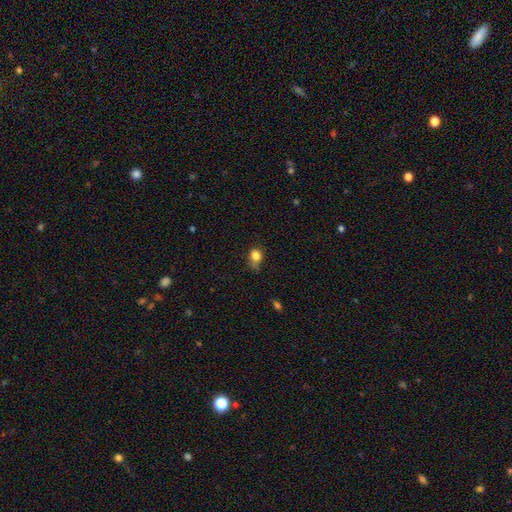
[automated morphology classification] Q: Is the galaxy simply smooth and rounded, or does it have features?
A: smooth — 81%.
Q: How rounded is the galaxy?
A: round — 64%.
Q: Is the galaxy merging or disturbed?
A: none — 43%.